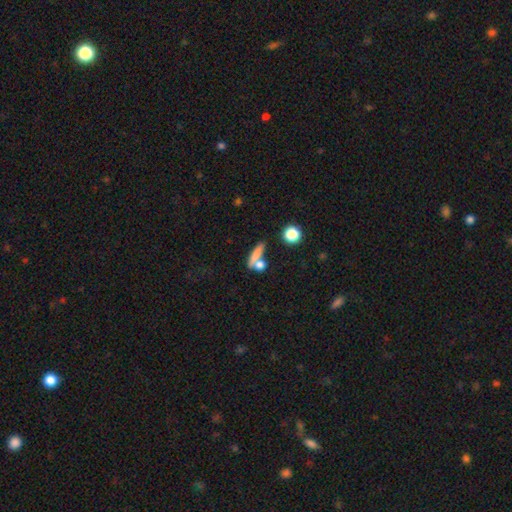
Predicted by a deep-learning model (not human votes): Smooth or featured?
  - smooth: 72% *
  - featured or disk: 17%
  - star or artifact: 11%
How rounded?
  - cigar-shaped: 57% *
  - in between: 25%
  - round: 18%
Merging?
  - none: 53% *
  - merger: 29%
  - minor disturbance: 12%
  - major disturbance: 6%